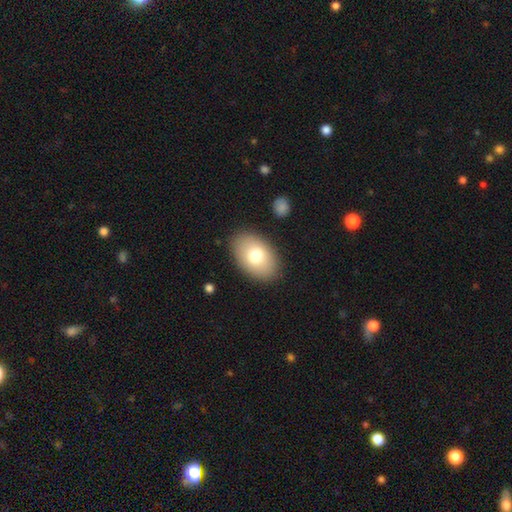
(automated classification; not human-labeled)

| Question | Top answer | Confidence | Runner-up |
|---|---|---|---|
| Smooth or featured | smooth | 75% | featured or disk (18%) |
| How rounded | in between | 89% | round (9%) |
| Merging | none | 87% | minor disturbance (9%) |